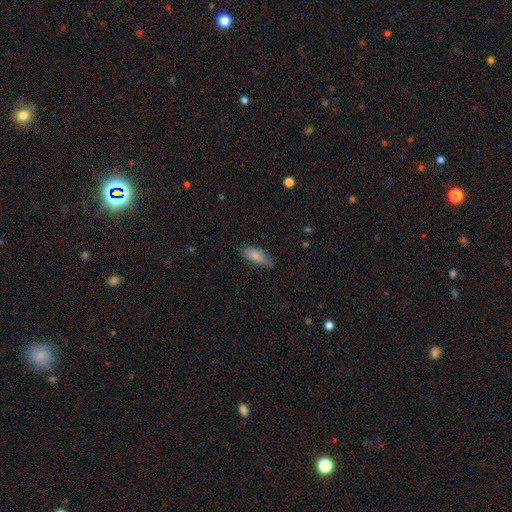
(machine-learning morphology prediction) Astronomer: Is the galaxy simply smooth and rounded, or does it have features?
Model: smooth — 83%.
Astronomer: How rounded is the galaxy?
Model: in between — 75%.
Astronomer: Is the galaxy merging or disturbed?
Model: none — 74%.